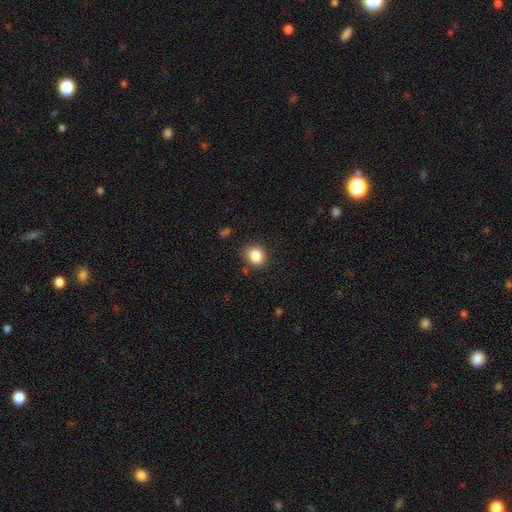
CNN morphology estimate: Overall: smooth (85%). How rounded: round (58%; in between 41%). Merging: none (79%).